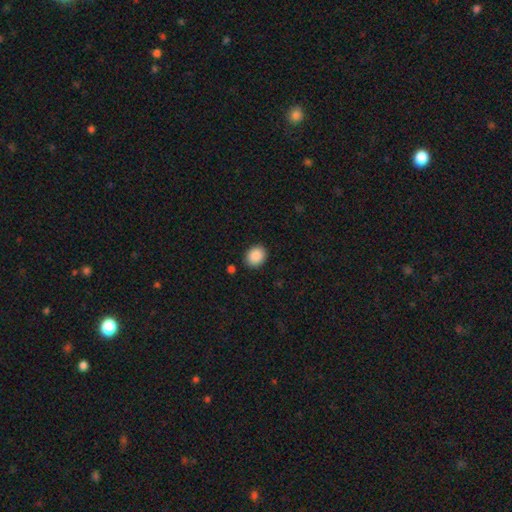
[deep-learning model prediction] smooth-or-featured: smooth: 89% | star or artifact: 8% | featured or disk: 3%
  how-rounded: round: 56% | in between: 43% | cigar-shaped: 1%
  merging: none: 88% | minor disturbance: 8% | major disturbance: 2% | merger: 2%